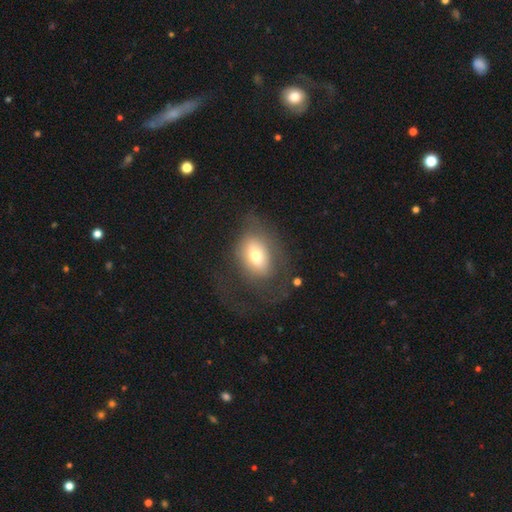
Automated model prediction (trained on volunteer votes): Smooth or featured? smooth (59%)
How rounded? in between (77%)
Merging? major disturbance (39%)